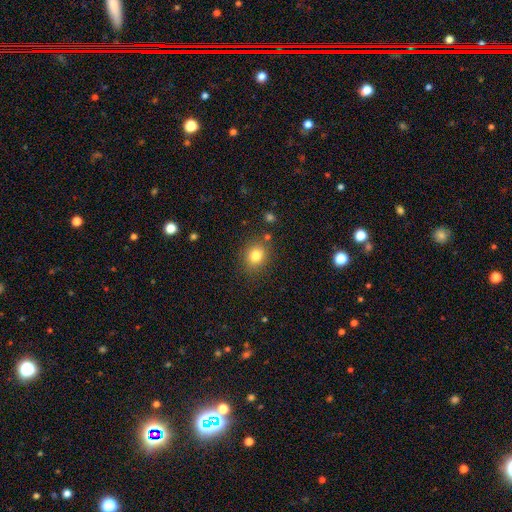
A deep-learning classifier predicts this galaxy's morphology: Smooth or featured?
  - smooth: 80% *
  - star or artifact: 12%
  - featured or disk: 8%
How rounded?
  - round: 65% *
  - in between: 34%
  - cigar-shaped: 1%
Merging?
  - none: 82% *
  - minor disturbance: 11%
  - merger: 4%
  - major disturbance: 3%